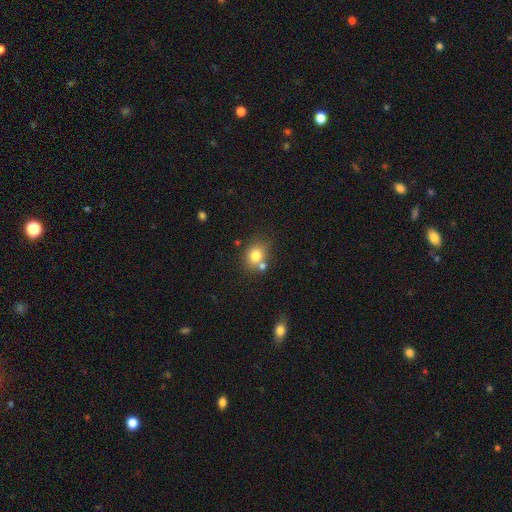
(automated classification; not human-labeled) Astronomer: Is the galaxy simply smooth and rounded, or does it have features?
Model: smooth — 78%.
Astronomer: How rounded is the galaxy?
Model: round — 61% (runner-up: in between, 39%).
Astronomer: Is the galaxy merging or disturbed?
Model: none — 62%.